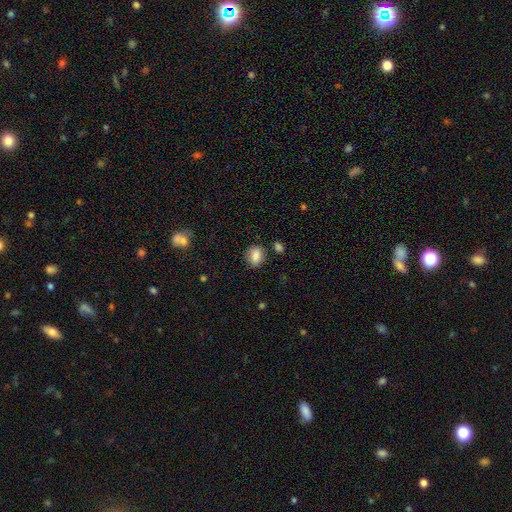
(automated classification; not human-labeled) Smooth or featured?
  - smooth: 84% *
  - star or artifact: 9%
  - featured or disk: 7%
How rounded?
  - in between: 60% *
  - round: 38%
  - cigar-shaped: 2%
Merging?
  - none: 77% *
  - minor disturbance: 15%
  - merger: 5%
  - major disturbance: 4%